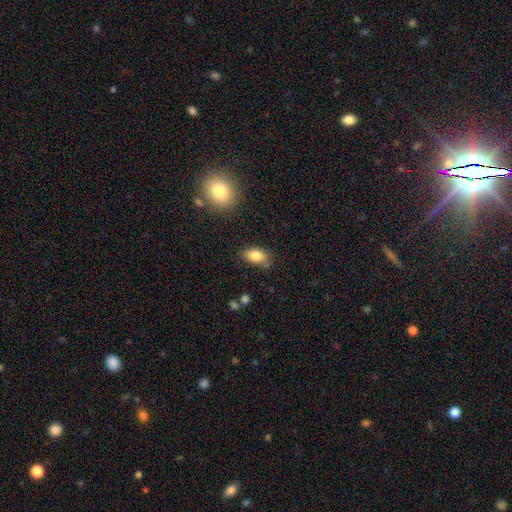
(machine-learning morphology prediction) Smooth or featured?
  - smooth: 83% *
  - featured or disk: 9%
  - star or artifact: 8%
How rounded?
  - in between: 90% *
  - round: 7%
  - cigar-shaped: 4%
Merging?
  - none: 75% *
  - minor disturbance: 19%
  - major disturbance: 4%
  - merger: 2%